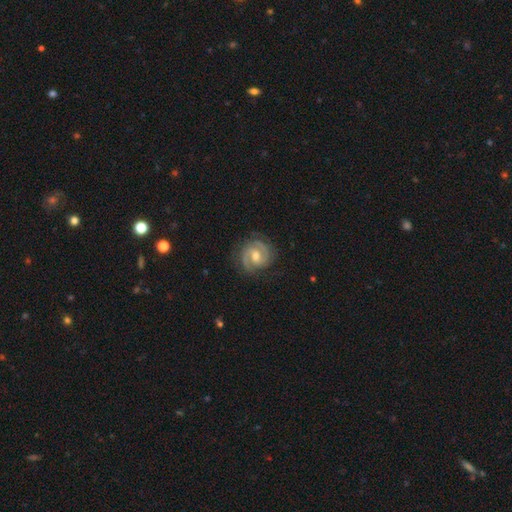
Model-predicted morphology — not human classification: featured or disk 89%, smooth 6%, star or artifact 5%. Down the decision tree: edge-on disk — no (98%); bar — weak (50%); spiral arms — yes (98%); spiral arm count — 2 (89%); spiral winding — tight (58%); bulge size — moderate (68%); merging — none (83%).